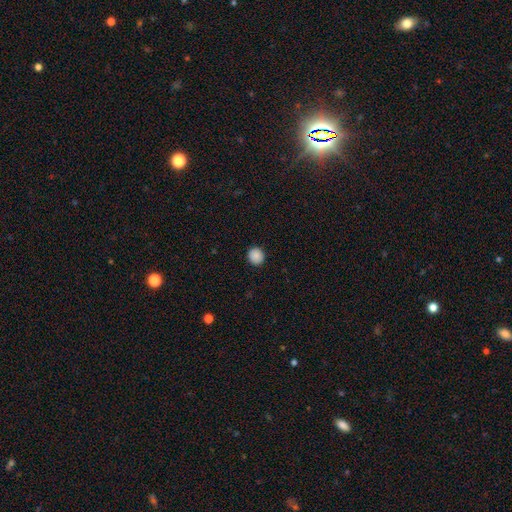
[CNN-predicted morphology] The model was most divided on "smooth or featured": smooth: 88%, star or artifact: 9%, featured or disk: 3%. More confident: merging — none (92%); how rounded — round (90%).